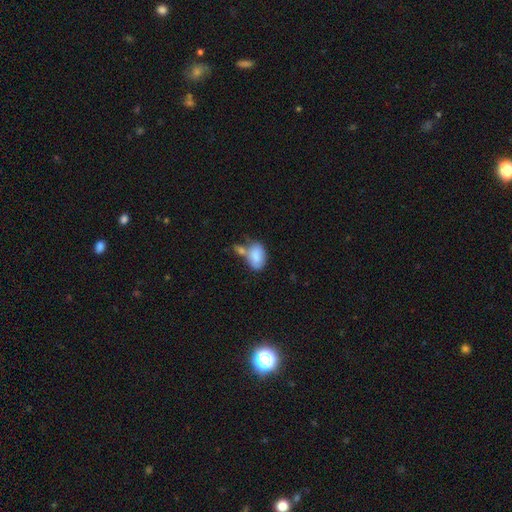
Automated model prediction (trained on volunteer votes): The model was most divided on "merging": none: 37%, merger: 36%, minor disturbance: 19%, major disturbance: 8%. More confident: how rounded — in between (88%); smooth or featured — smooth (82%).